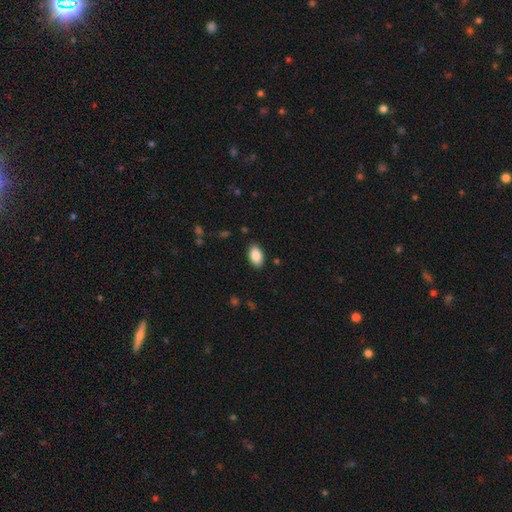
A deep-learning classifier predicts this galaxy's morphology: This is clearly a smooth galaxy (88%). How rounded: clearly in between (94%). Merging: clearly none (88%).